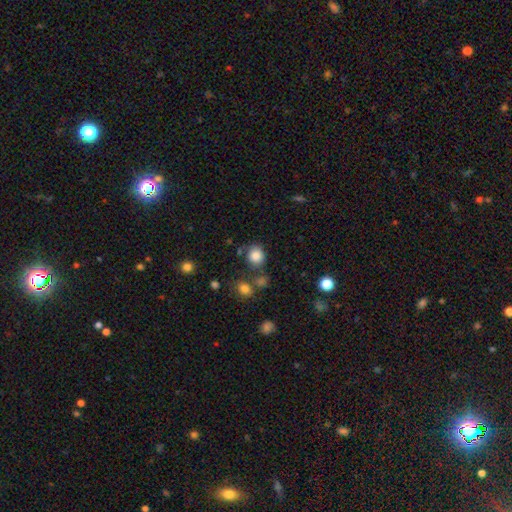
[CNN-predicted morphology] Q: Smooth or featured?
A: smooth (84%); runner-up: star or artifact (11%)
Q: How rounded?
A: round (77%); runner-up: in between (22%)
Q: Merging?
A: none (71%); runner-up: minor disturbance (14%)